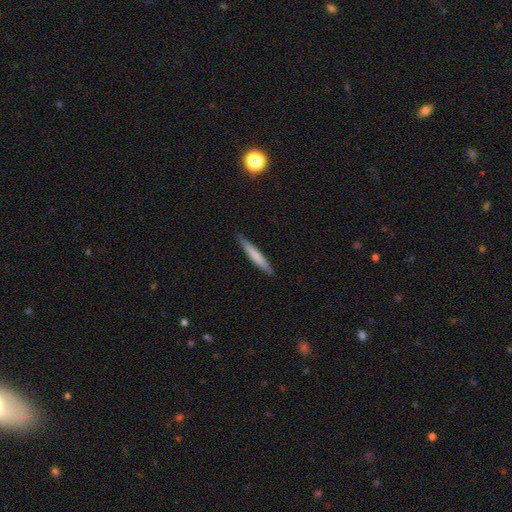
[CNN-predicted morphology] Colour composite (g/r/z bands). It shows a smooth galaxy with no disk features (68%) that is cigar-shaped (95%). Merging: none (89%).